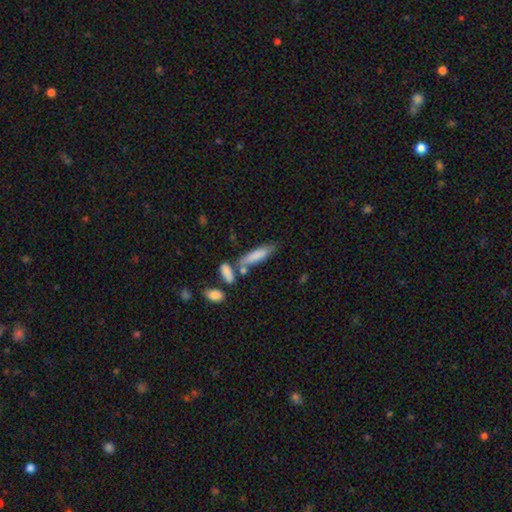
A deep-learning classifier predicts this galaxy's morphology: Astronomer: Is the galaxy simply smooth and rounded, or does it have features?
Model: smooth — 79%.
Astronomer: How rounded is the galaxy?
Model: cigar-shaped — 66%.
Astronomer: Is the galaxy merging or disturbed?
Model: none — 58%.